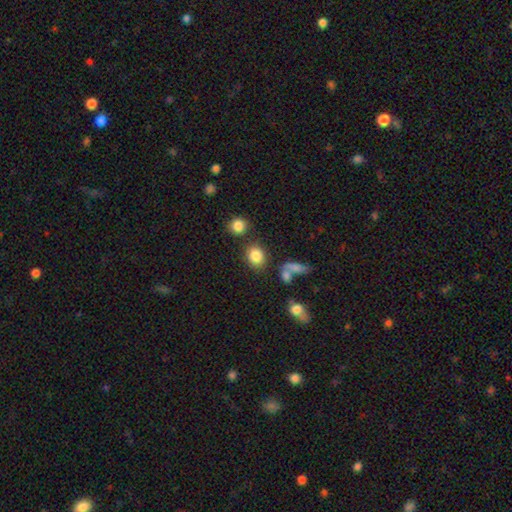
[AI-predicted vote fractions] Smooth or featured: smooth — 84% (star or artifact — 10%)
How rounded: round — 58% (in between — 40%)
Merging: none — 76% (minor disturbance — 10%)